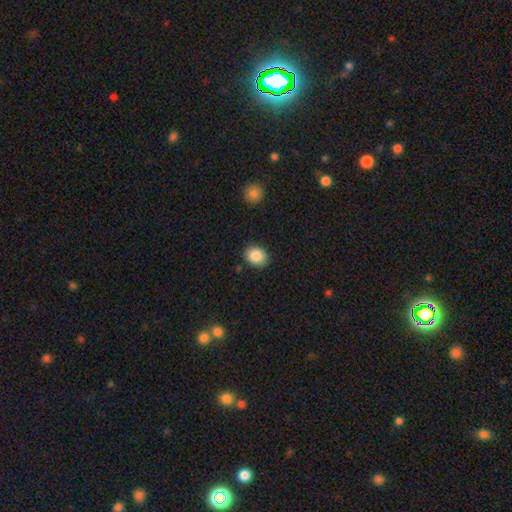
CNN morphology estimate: Overall: smooth (87%). How rounded: round (51%; in between 48%). Merging: none (87%).